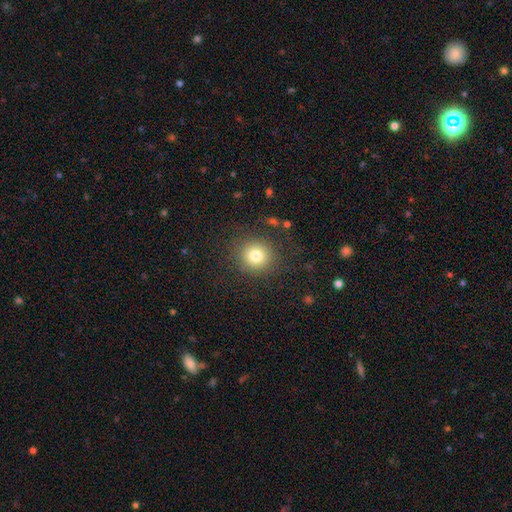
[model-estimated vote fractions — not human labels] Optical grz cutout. It shows a smooth galaxy with no disk features (79%) that is round (89%). Merging: none (86%).